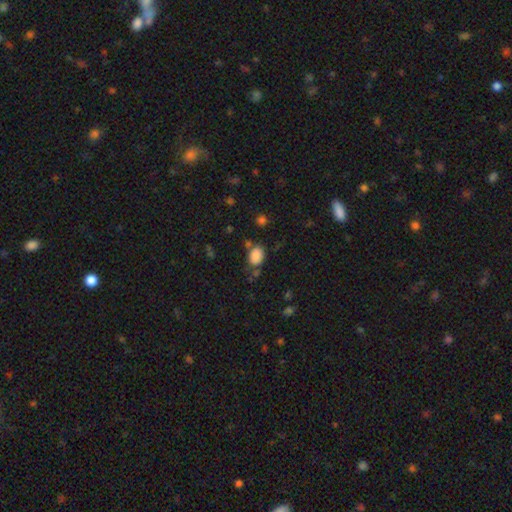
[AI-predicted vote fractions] Smooth or featured?
  - smooth: 85% *
  - star or artifact: 10%
  - featured or disk: 5%
How rounded?
  - in between: 71% *
  - round: 27%
  - cigar-shaped: 1%
Merging?
  - none: 65% *
  - minor disturbance: 20%
  - merger: 9%
  - major disturbance: 6%